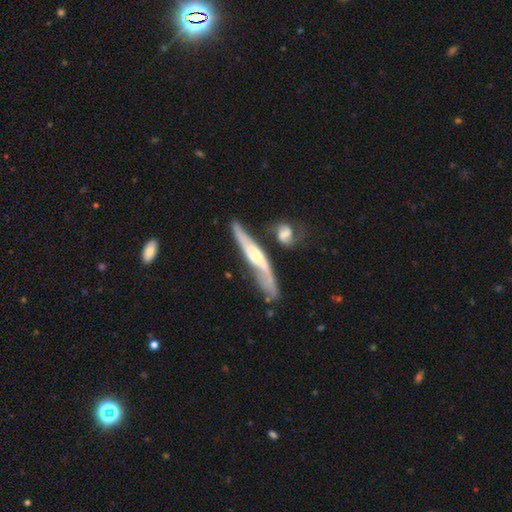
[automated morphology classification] Q: Smooth or featured?
A: featured or disk (77%); runner-up: smooth (18%)
Q: Edge-on disk?
A: yes (57%); runner-up: no (43%)
Q: Merging?
A: none (56%); runner-up: minor disturbance (21%)